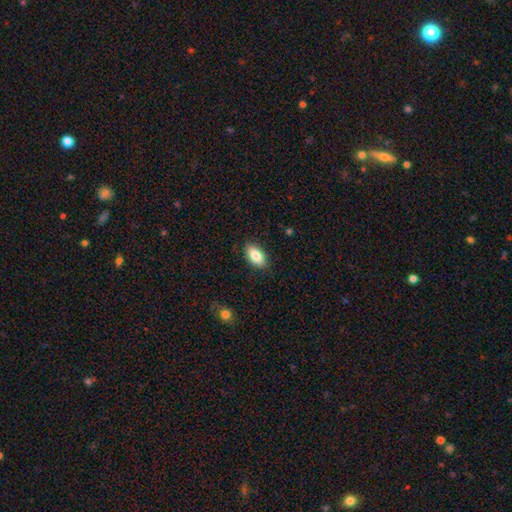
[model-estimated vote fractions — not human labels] Q: Smooth or featured?
A: smooth (84%); runner-up: featured or disk (9%)
Q: How rounded?
A: in between (93%); runner-up: round (4%)
Q: Merging?
A: none (87%); runner-up: minor disturbance (10%)